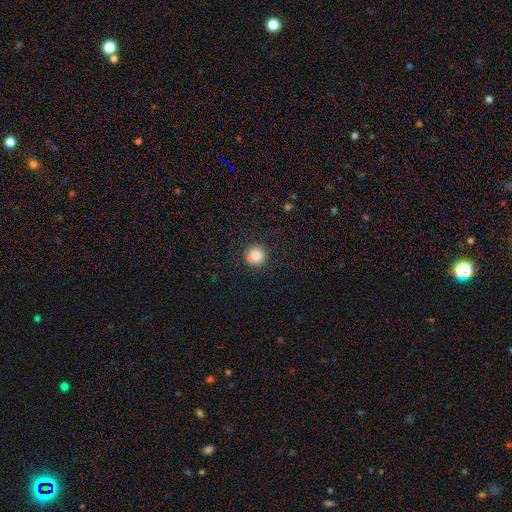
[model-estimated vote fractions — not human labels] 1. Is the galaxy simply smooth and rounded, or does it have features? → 82% smooth, 11% star or artifact, 6% featured or disk.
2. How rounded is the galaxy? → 94% round, 5% in between, 1% cigar-shaped.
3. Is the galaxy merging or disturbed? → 81% none, 11% minor disturbance, 4% merger, 3% major disturbance.